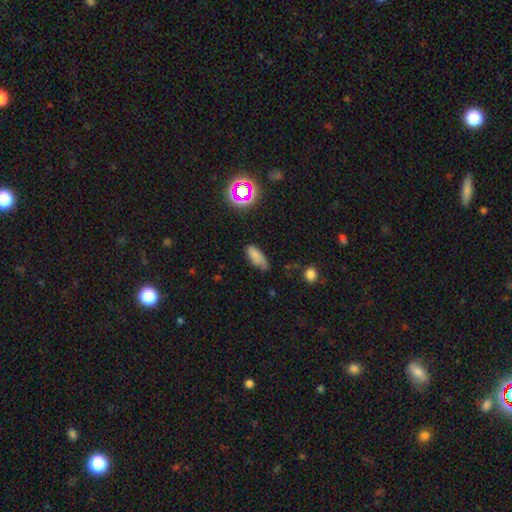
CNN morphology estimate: A smooth galaxy with no disk features (73%) that is in between round and cigar-shaped (76%). Merging: none (50%).